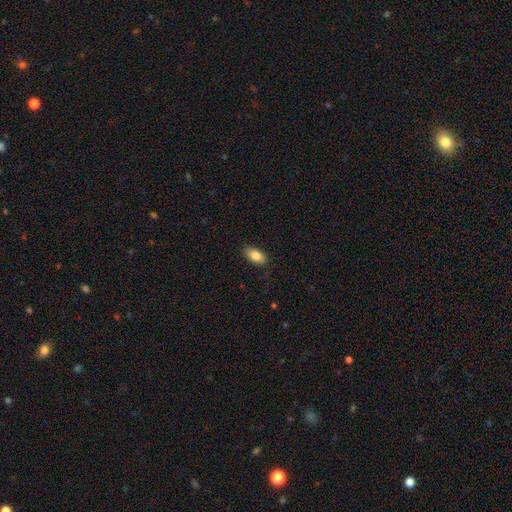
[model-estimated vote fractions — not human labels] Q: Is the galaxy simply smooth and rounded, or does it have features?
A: smooth — 84%.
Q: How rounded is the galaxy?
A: in between — 91%.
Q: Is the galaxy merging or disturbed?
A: none — 86%.